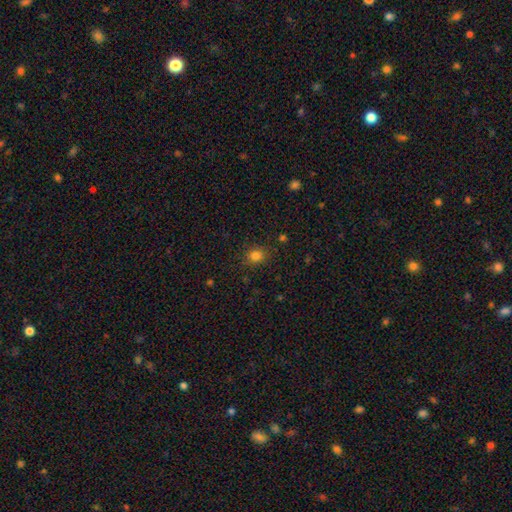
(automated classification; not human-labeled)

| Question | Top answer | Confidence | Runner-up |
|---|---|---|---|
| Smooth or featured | smooth | 82% | star or artifact (14%) |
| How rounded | round | 67% | in between (32%) |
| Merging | none | 85% | minor disturbance (10%) |